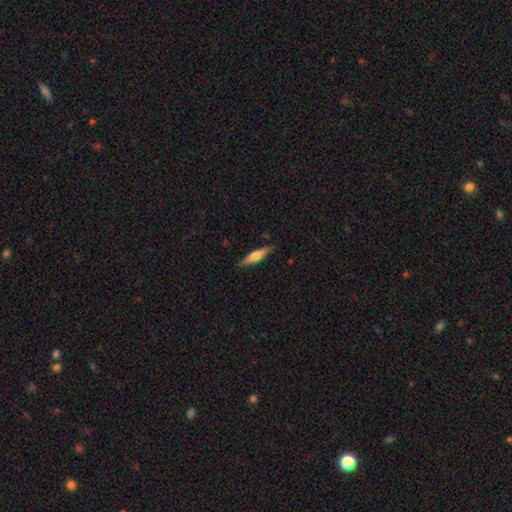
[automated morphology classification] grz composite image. It shows a smooth galaxy with no disk features (51%) that is cigar-shaped (80%). Merging: none (88%).